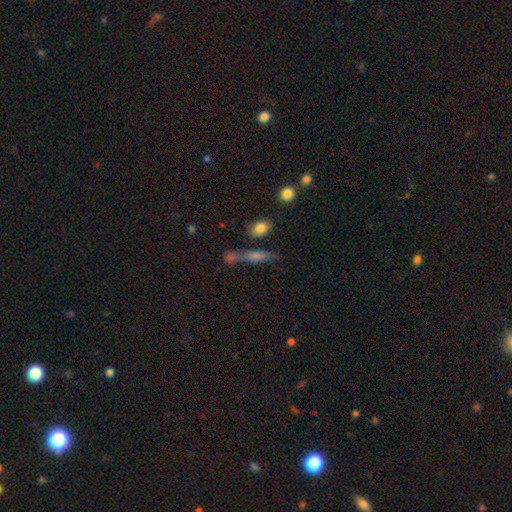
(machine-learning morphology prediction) type=smooth (49%); merging=none (62%).